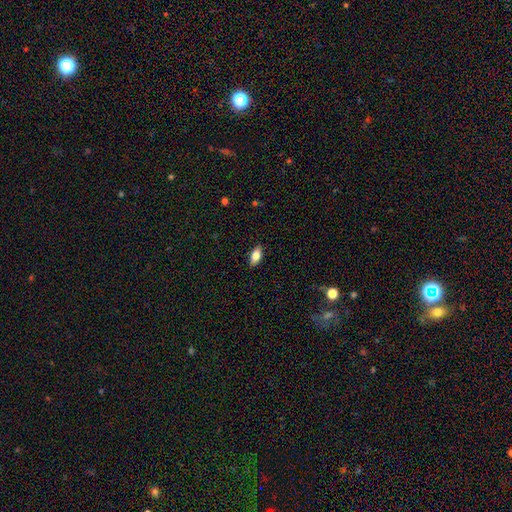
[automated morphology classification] smooth-or-featured: smooth: 74% | featured or disk: 18% | star or artifact: 7%
  how-rounded: in between: 87% | cigar-shaped: 9% | round: 3%
  merging: none: 89% | minor disturbance: 8% | major disturbance: 2% | merger: 1%